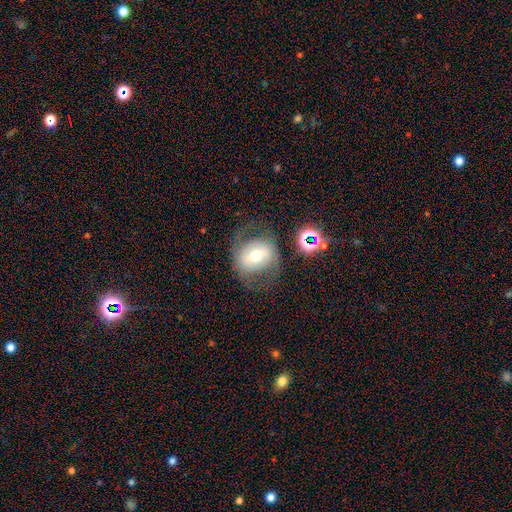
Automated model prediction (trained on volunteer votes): Morphology: type=featured or disk (53%); edge-on=no (94%); merging=none (65%).